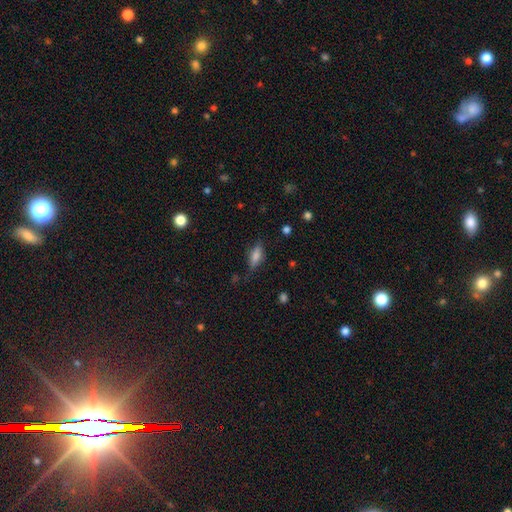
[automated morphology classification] This is likely a smooth galaxy (65%). How rounded: likely in between (66%). Merging: likely none (71%).